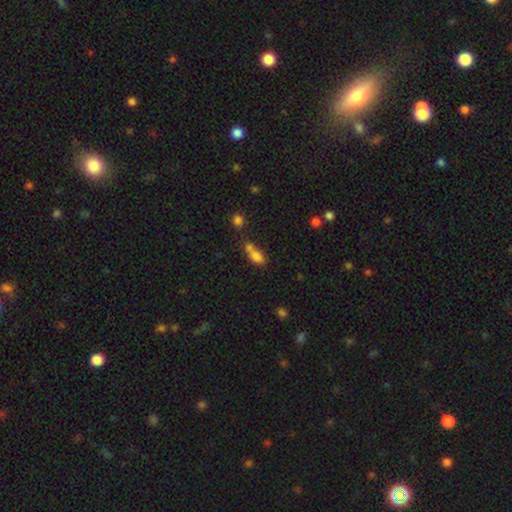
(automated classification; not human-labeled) The model was most divided on "merging": merger: 50%, none: 29%, minor disturbance: 14%, major disturbance: 7%. More confident: how rounded — in between (78%); smooth or featured — smooth (76%).